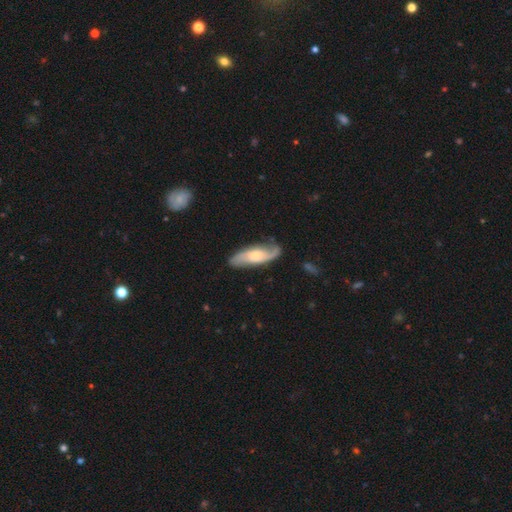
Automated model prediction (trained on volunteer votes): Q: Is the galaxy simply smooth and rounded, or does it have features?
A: featured or disk — 69%.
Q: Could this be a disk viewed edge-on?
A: no — 86%.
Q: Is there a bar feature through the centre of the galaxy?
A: no — 61%.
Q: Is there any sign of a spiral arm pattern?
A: yes — 93%.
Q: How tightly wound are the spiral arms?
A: medium — 41%.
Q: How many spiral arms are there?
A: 2 — 82%.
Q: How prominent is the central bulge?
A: moderate — 50%.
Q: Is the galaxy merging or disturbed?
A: none — 77%.